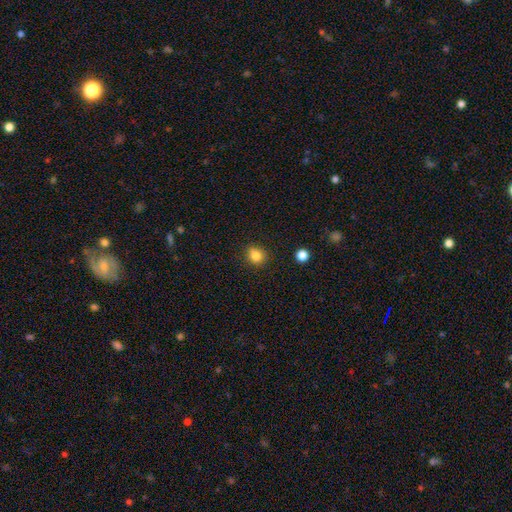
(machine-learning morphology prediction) Smooth or featured: smooth — 83% (star or artifact — 12%)
How rounded: round — 80% (in between — 19%)
Merging: none — 86% (minor disturbance — 10%)